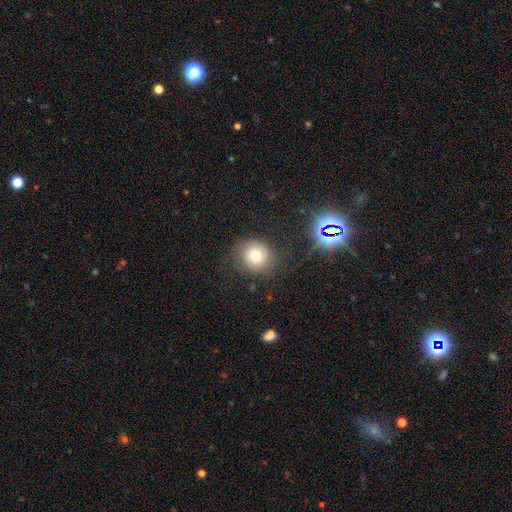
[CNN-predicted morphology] Smooth or featured? smooth (71%)
How rounded? round (83%)
Merging? none (78%)